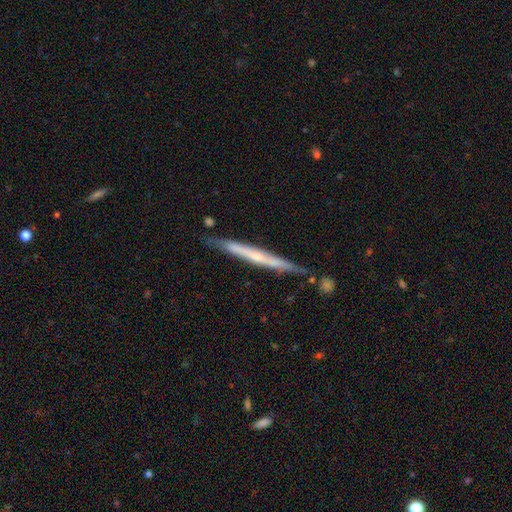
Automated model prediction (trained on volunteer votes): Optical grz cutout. It shows a featured or disk galaxy (61%) viewed edge-on (94%) with no central bulge (67%). Merging: none (79%).